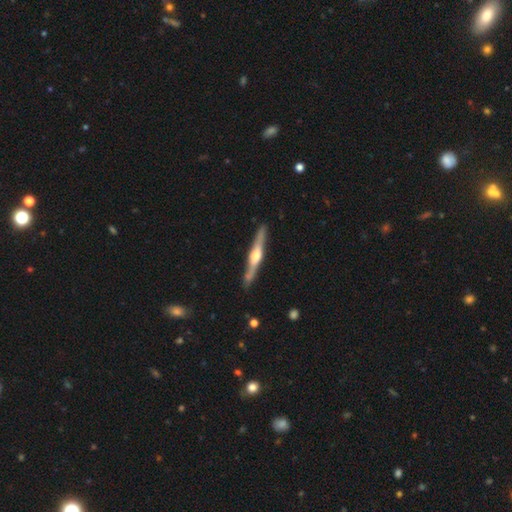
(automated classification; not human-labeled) This appears to be a featured or disk galaxy (76%) viewed edge-on (98%) with a rounded central bulge (87%). Merging: none (87%).